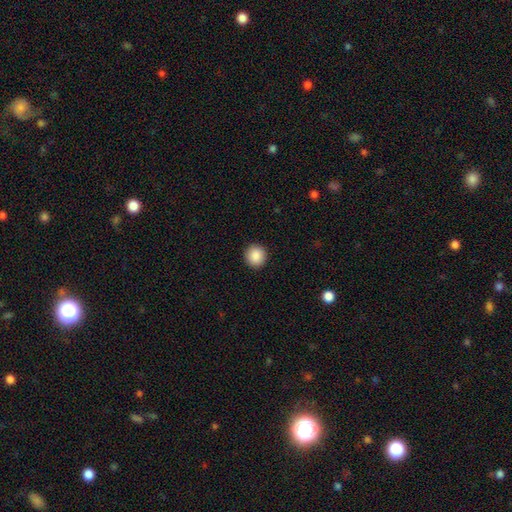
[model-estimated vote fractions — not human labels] smooth_or_featured: smooth (p=0.88) [alt: star or artifact p=0.08]
how_rounded: round (p=0.93) [alt: in between p=0.06]
merging: none (p=0.93) [alt: minor disturbance p=0.05]